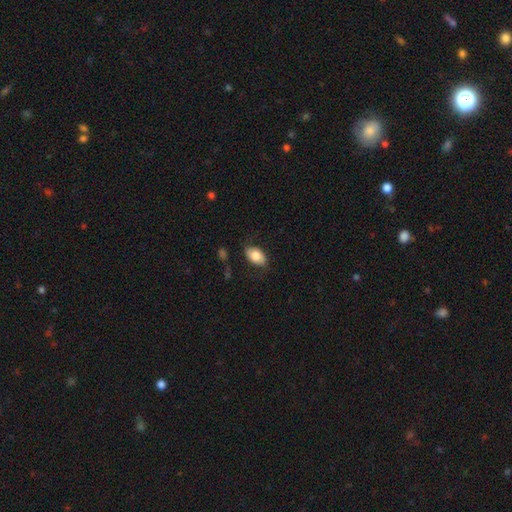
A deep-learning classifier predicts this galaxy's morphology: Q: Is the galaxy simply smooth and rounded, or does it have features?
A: smooth — 81%.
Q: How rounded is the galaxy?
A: in between — 91%.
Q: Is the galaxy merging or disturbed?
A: none — 79%.